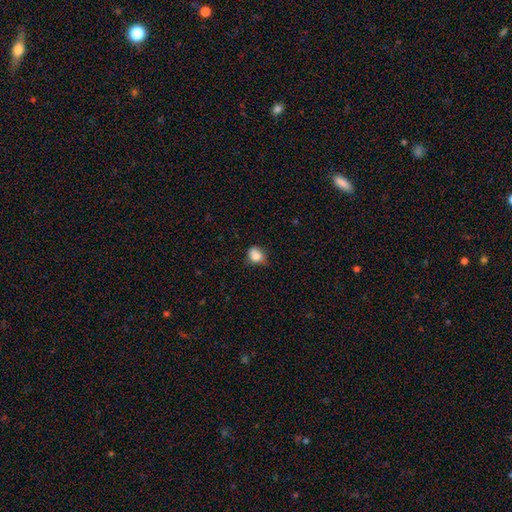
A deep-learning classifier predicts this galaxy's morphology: type=smooth (81%); roundness=round (52%); merging=none (45%).